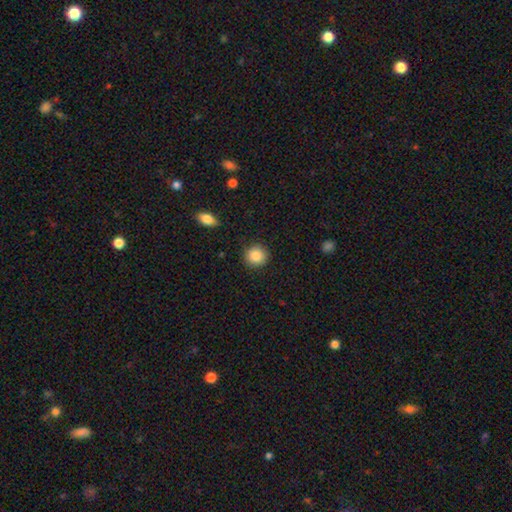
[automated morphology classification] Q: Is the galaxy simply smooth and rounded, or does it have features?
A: smooth — 86%.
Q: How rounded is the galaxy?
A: round — 92%.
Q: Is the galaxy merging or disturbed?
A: none — 90%.